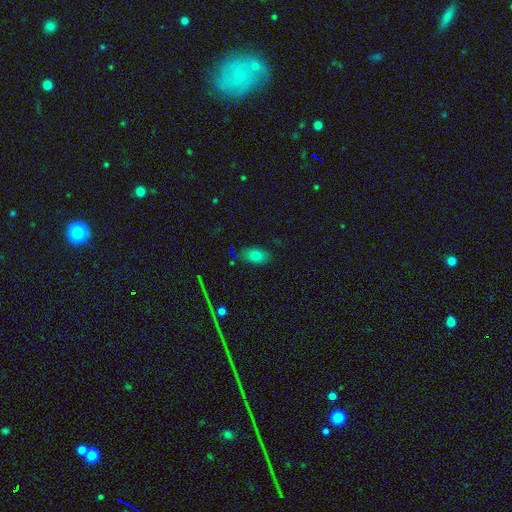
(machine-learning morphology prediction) Smooth or featured?
  - smooth: 77% *
  - star or artifact: 12%
  - featured or disk: 11%
How rounded?
  - in between: 85% *
  - round: 13%
  - cigar-shaped: 2%
Merging?
  - none: 82% *
  - minor disturbance: 13%
  - major disturbance: 3%
  - merger: 2%